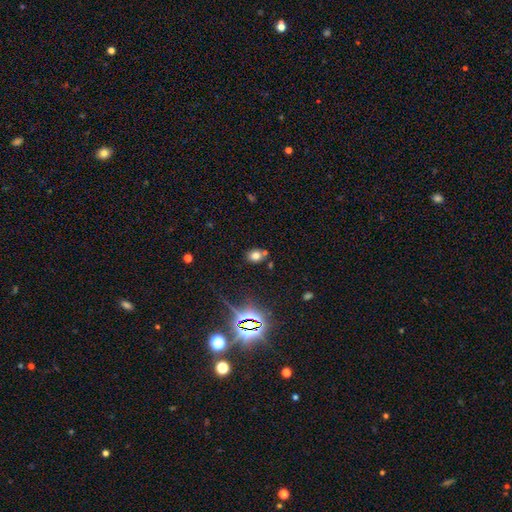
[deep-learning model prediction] The model was most divided on "how rounded": round: 53%, in between: 45%, cigar-shaped: 1%. More confident: merging — none (71%); smooth or featured — smooth (71%).